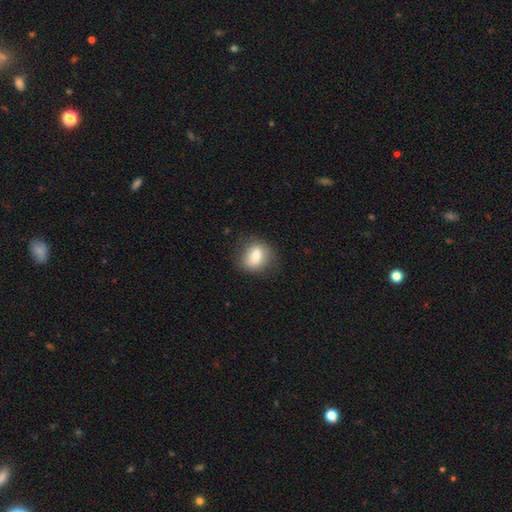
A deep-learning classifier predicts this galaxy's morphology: This appears to be a smooth galaxy with no disk features (78%) that is round (56%). Merging: none (75%).